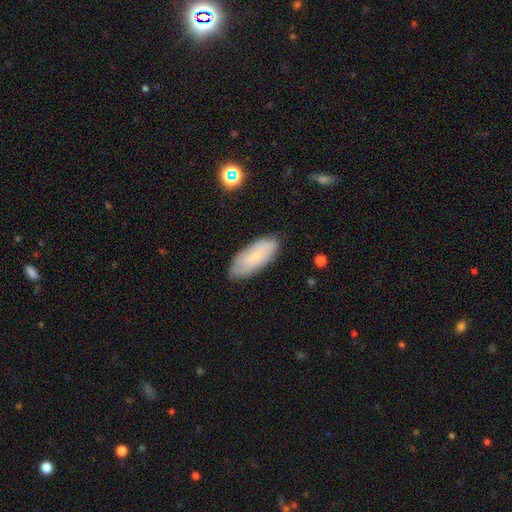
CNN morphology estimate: Overall: smooth (61%; featured or disk 32%). How rounded: in between (82%). Merging: none (81%).